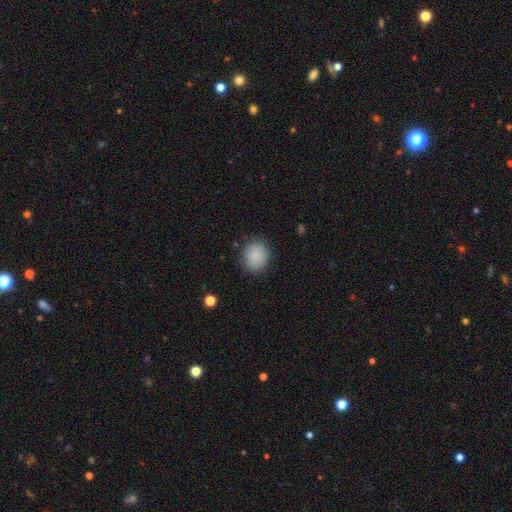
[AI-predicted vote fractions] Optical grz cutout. It shows a smooth galaxy with no disk features (87%) that is round (68%). Merging: none (85%).